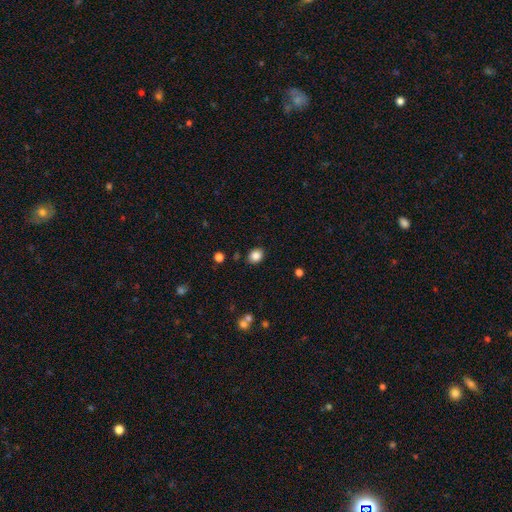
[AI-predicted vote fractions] Morphology: type=smooth (86%); roundness=round (59%); merging=none (86%).